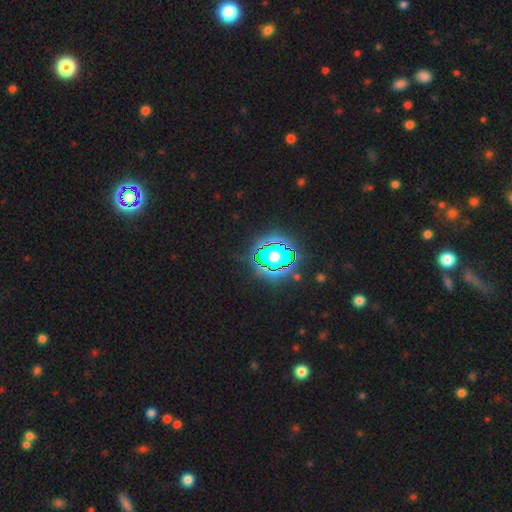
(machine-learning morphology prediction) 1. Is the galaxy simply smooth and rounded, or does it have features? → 81% star or artifact, 12% smooth, 7% featured or disk.